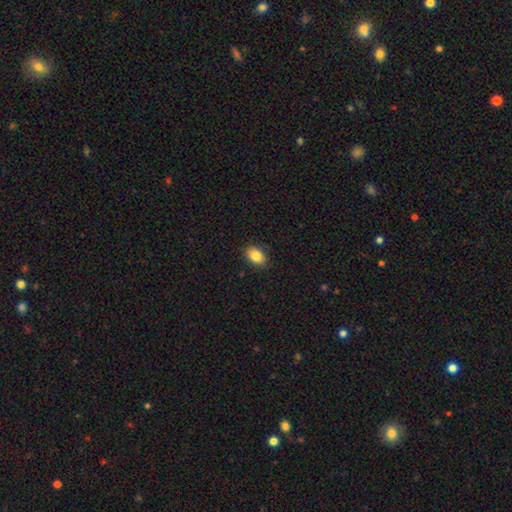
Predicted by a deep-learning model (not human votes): Morphology: type=smooth (86%); roundness=in between (86%); merging=none (88%).